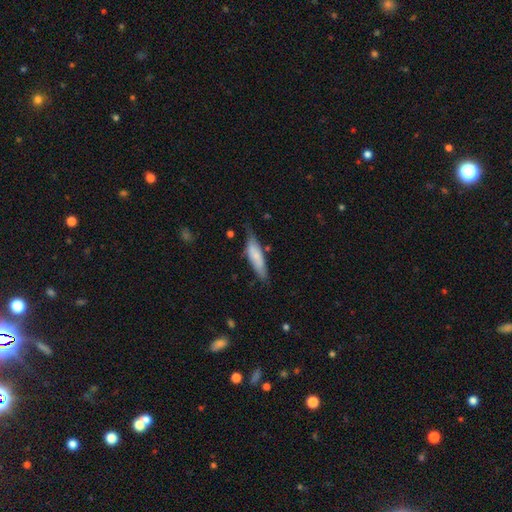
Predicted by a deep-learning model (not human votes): This appears to be a smooth galaxy with no disk features (69%) that is cigar-shaped (61%). Merging: none (61%).